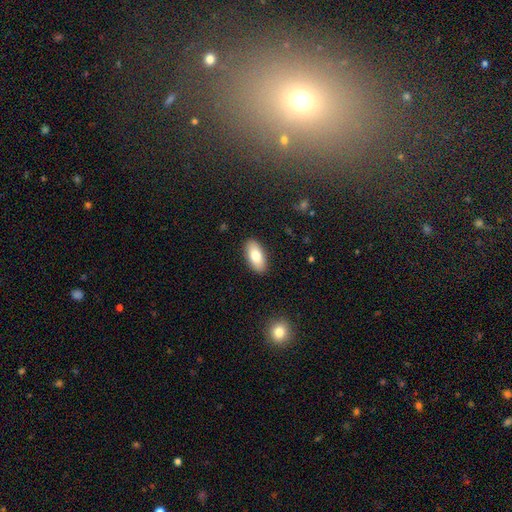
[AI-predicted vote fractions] The model was most divided on "smooth or featured": smooth: 81%, featured or disk: 13%, star or artifact: 6%. More confident: how rounded — in between (90%); merging — none (89%).